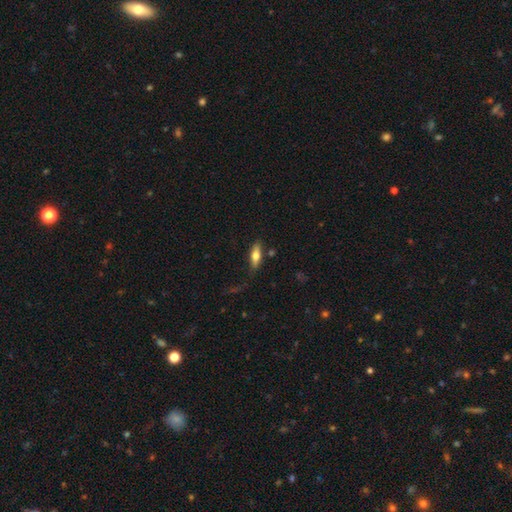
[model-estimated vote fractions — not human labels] Morphology: type=smooth (62%); roundness=in between (55%); merging=none (75%).